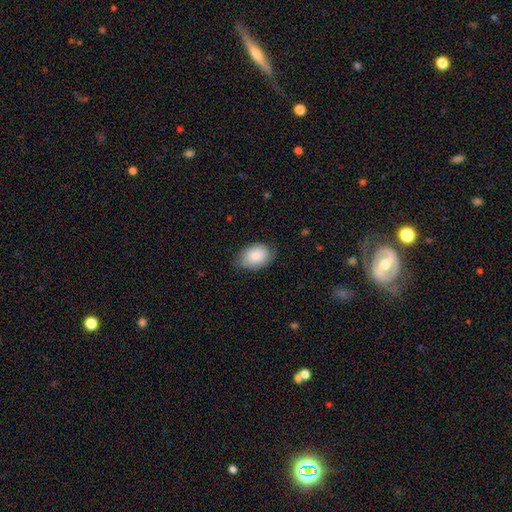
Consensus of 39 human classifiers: Q: Smooth or featured?
A: smooth (82%); runner-up: star or artifact (10%)
Q: How rounded?
A: in between (69%); runner-up: round (31%)
Q: Merging?
A: none (71%); runner-up: minor disturbance (26%)